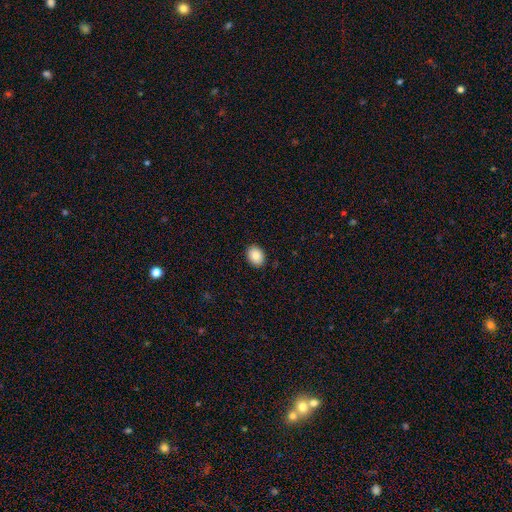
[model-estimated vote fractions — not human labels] The model was most divided on "how rounded": in between: 59%, round: 40%, cigar-shaped: 1%. More confident: merging — none (90%); smooth or featured — smooth (86%).